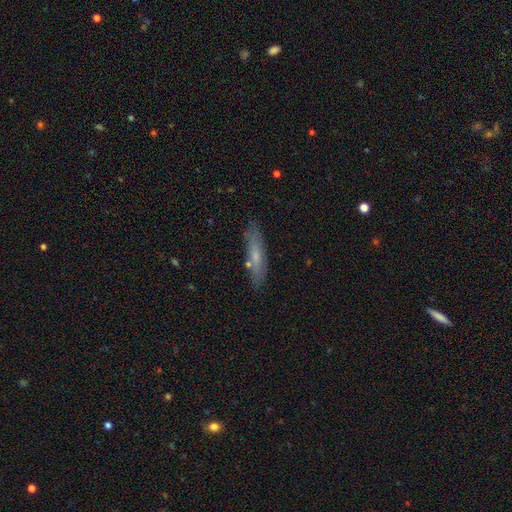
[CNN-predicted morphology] A smooth galaxy with no disk features (55%) that is cigar-shaped (83%).

Vote fractions:
- Smooth or featured? smooth: 55% / featured or disk: 37% / star or artifact: 7%
- How rounded? cigar-shaped: 83% / in between: 16% / round: 2%
- Merging? none: 82% / minor disturbance: 12% / merger: 3% / major disturbance: 3%